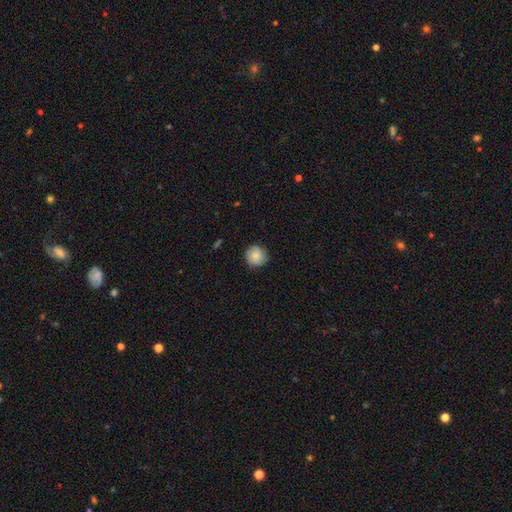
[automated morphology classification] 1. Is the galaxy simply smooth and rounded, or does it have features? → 81% smooth, 12% featured or disk, 7% star or artifact.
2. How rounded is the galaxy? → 93% round, 6% in between, 1% cigar-shaped.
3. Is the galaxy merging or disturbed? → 86% none, 11% minor disturbance, 2% major disturbance, 1% merger.